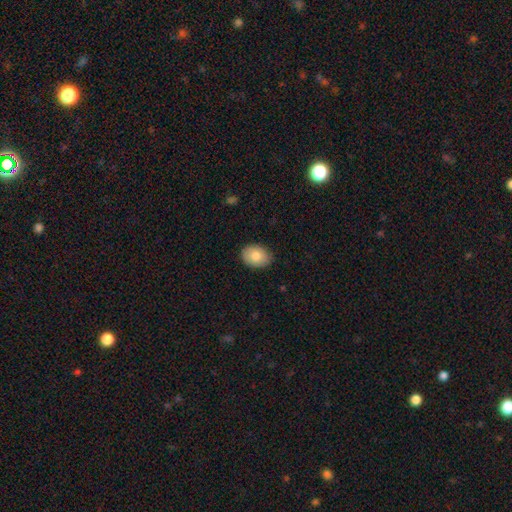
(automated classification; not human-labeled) Smooth or featured?
  - smooth: 83% *
  - featured or disk: 10%
  - star or artifact: 7%
How rounded?
  - in between: 75% *
  - round: 24%
  - cigar-shaped: 1%
Merging?
  - none: 86% *
  - minor disturbance: 11%
  - major disturbance: 2%
  - merger: 1%